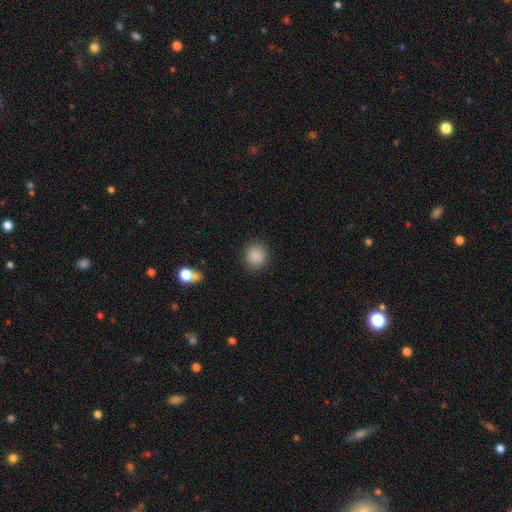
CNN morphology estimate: Smooth or featured?
  - smooth: 88% *
  - star or artifact: 9%
  - featured or disk: 3%
How rounded?
  - round: 90% *
  - in between: 9%
  - cigar-shaped: 1%
Merging?
  - none: 90% *
  - minor disturbance: 6%
  - major disturbance: 2%
  - merger: 1%